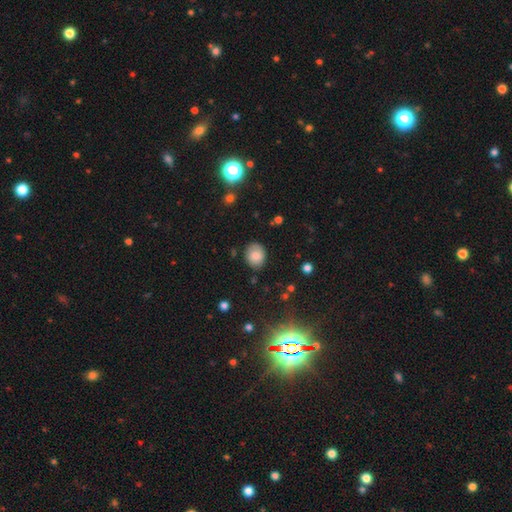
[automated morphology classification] This appears to be a smooth galaxy with no disk features (77%) that is round (59%). Merging: none (79%).